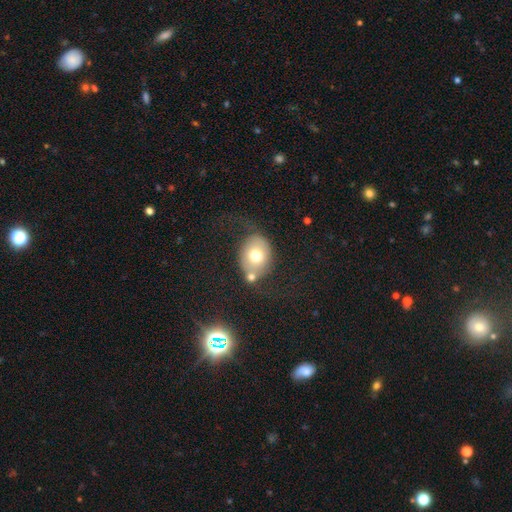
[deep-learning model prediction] Morphology: type=smooth (64%); roundness=in between (52%); merging=none (47%).